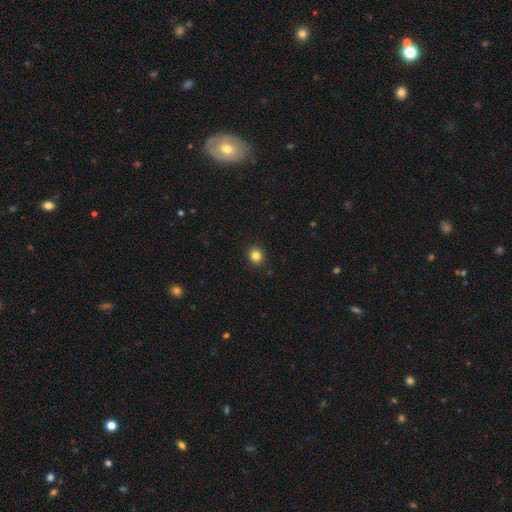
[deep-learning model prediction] Smooth or featured?
  - smooth: 84% *
  - star or artifact: 12%
  - featured or disk: 4%
How rounded?
  - round: 88% *
  - in between: 12%
  - cigar-shaped: 1%
Merging?
  - none: 92% *
  - minor disturbance: 5%
  - major disturbance: 2%
  - merger: 1%